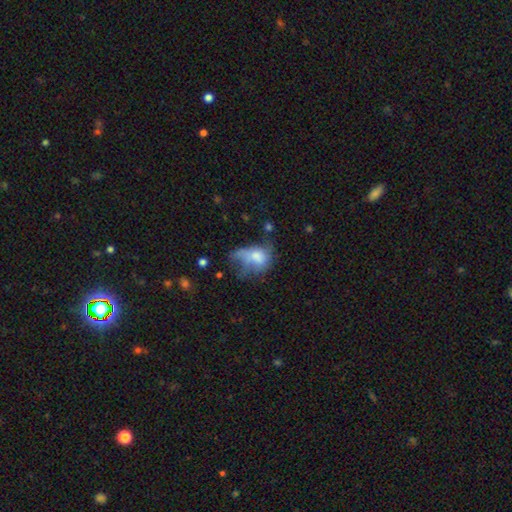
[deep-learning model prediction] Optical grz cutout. It shows a smooth galaxy with no disk features (59%) that is in between round and cigar-shaped (72%). Merging: major disturbance (50%).